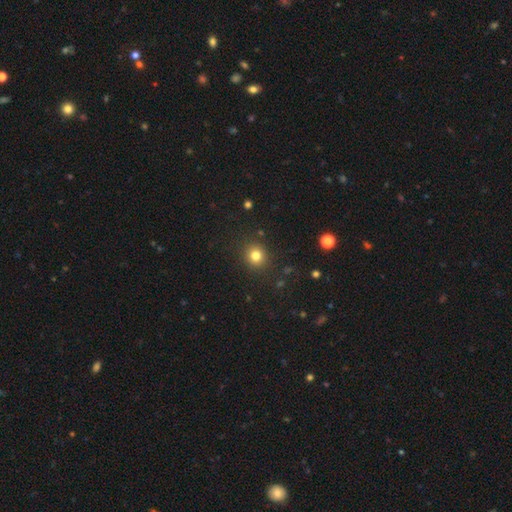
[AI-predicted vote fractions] Smooth or featured? Predicted: smooth (p=0.80). How rounded? Predicted: round (p=0.87). Merging? Predicted: none (p=0.89).